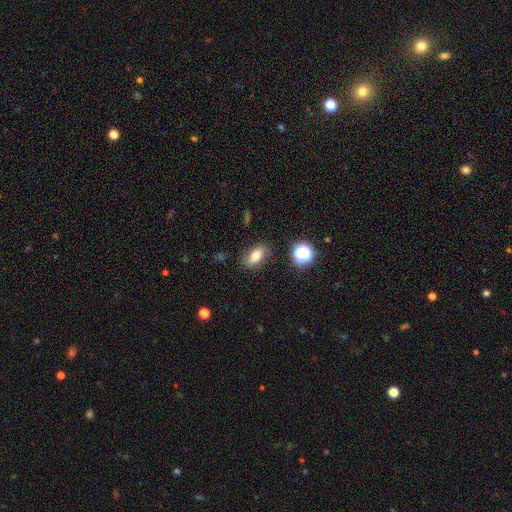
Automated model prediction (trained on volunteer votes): A smooth galaxy with no disk features (69%) that is in between round and cigar-shaped (78%). Merging: none (80%).